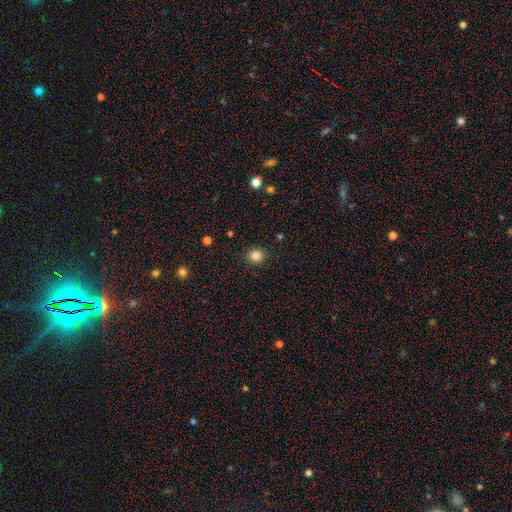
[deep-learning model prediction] smooth 84%, star or artifact 12%, featured or disk 4%. Down the decision tree: how rounded — round (86%); merging — none (90%).